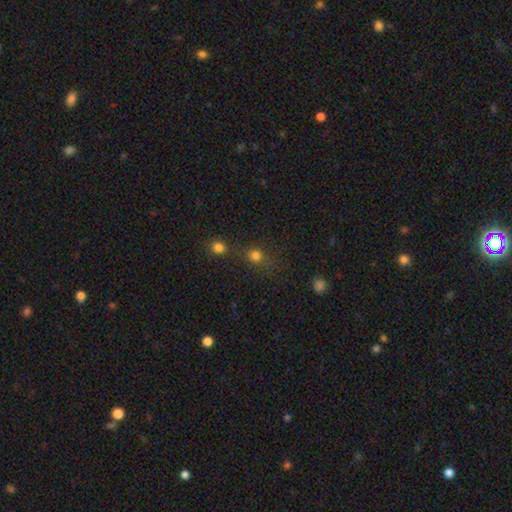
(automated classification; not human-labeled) smooth 75%, star or artifact 18%, featured or disk 6%. Down the decision tree: how rounded — round (90%); merging — none (66%).